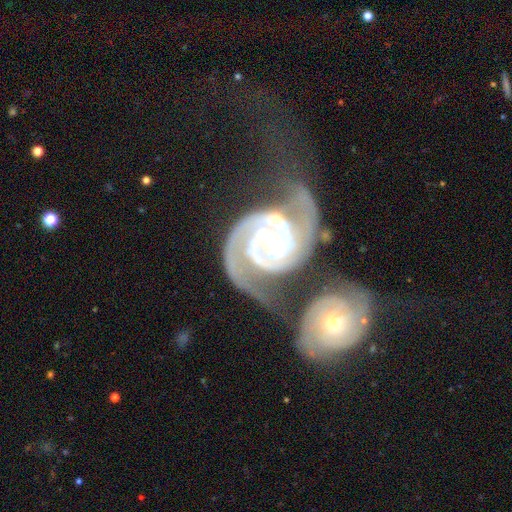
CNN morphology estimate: Overall: featured or disk (90%). Edge-on disk: no (98%). Bar: weak (37%, tied with strong). Spiral arms: yes (97%). Spiral arm count: 2 (74%). Spiral winding: tight (46%; medium 41%). Bulge size: small (48%; moderate 44%). Merging: none (32%; merger 26%).